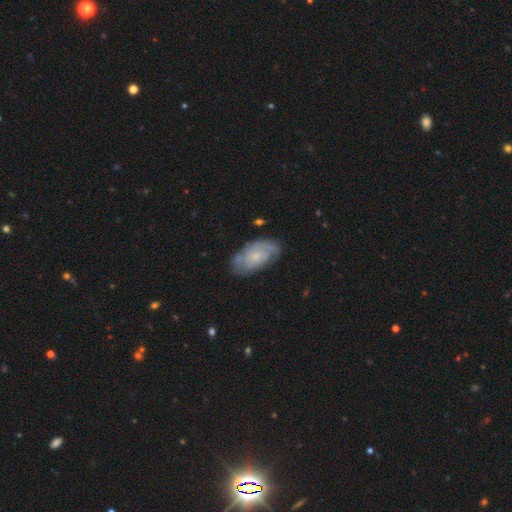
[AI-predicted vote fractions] A featured or disk galaxy (58%) with no bar (77%), spiral arms (77%) and a small central bulge (67%).

Vote fractions:
- Smooth or featured? featured or disk: 58% / smooth: 35% / star or artifact: 6%
- Edge-on disk? no: 94% / yes: 6%
- Bar? no: 77% / weak: 20% / strong: 3%
- Spiral arms? yes: 77% / no: 23%
- Bulge size? small: 67% / moderate: 24% / none: 7% / large: 2% / dominant: 1%
- Merging? none: 68% / minor disturbance: 23% / major disturbance: 7% / merger: 2%